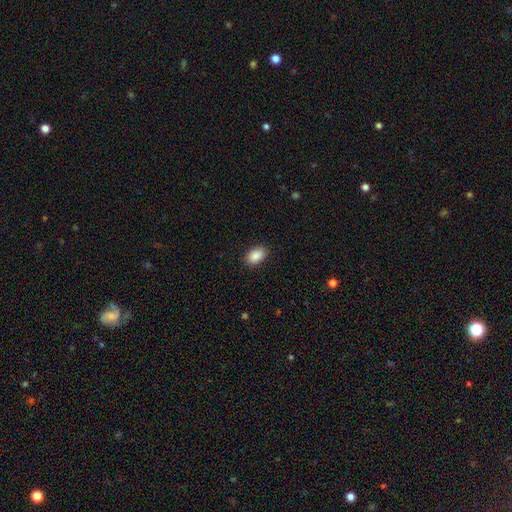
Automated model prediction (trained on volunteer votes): Smooth or featured? Predicted: smooth (p=0.90). How rounded? Predicted: in between (p=0.89). Merging? Predicted: none (p=0.89).